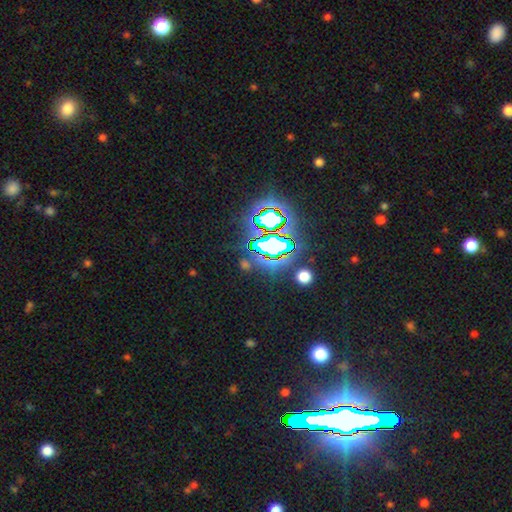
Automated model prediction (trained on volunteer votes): The model was most divided on "smooth or featured": star or artifact: 84%, smooth: 9%, featured or disk: 8%.